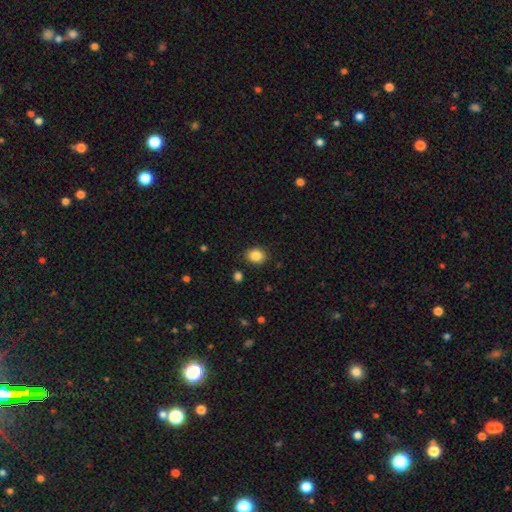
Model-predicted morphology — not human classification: Smooth or featured?
  - smooth: 86% *
  - star or artifact: 9%
  - featured or disk: 5%
How rounded?
  - round: 61% *
  - in between: 38%
  - cigar-shaped: 1%
Merging?
  - none: 86% *
  - minor disturbance: 10%
  - major disturbance: 3%
  - merger: 2%